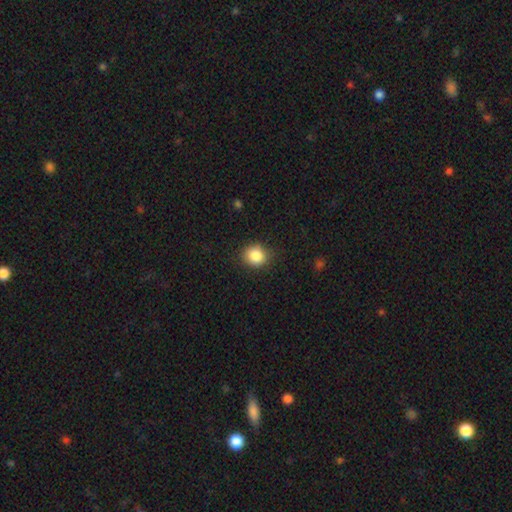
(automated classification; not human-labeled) A smooth galaxy with no disk features (86%) that is round (79%).

Vote fractions:
- Smooth or featured? smooth: 86% / star or artifact: 10% / featured or disk: 4%
- How rounded? round: 79% / in between: 20% / cigar-shaped: 1%
- Merging? none: 83% / minor disturbance: 13% / major disturbance: 3% / merger: 1%